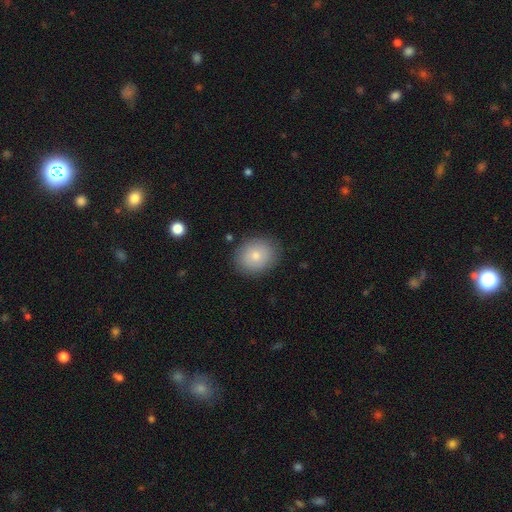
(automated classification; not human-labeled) Overall: smooth (77%). How rounded: round (65%; in between 34%). Merging: none (86%).